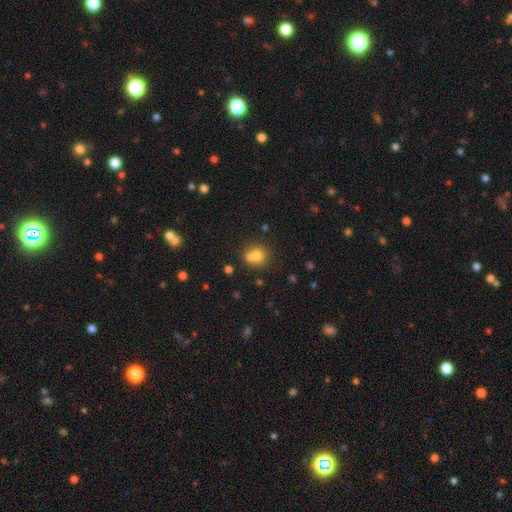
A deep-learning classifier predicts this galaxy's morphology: smooth_or_featured: smooth (p=0.73) [alt: featured or disk p=0.14]
how_rounded: round (p=0.78) [alt: in between p=0.21]
merging: none (p=0.45) [alt: merger p=0.40]